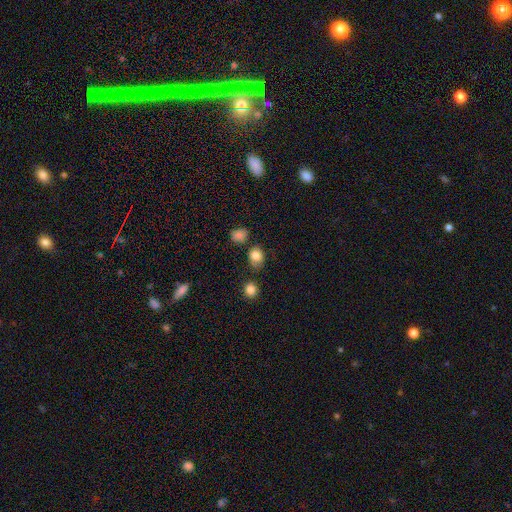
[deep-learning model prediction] Smooth or featured?
  - smooth: 83% *
  - star or artifact: 10%
  - featured or disk: 7%
How rounded?
  - in between: 54% *
  - round: 44%
  - cigar-shaped: 1%
Merging?
  - none: 72% *
  - minor disturbance: 17%
  - merger: 7%
  - major disturbance: 4%